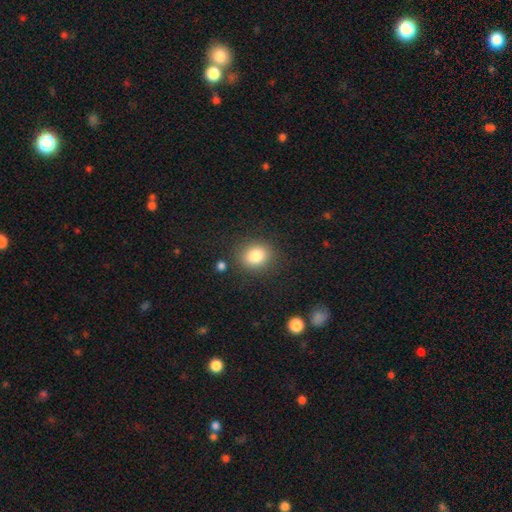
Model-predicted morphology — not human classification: Smooth or featured: smooth — 83% (star or artifact — 10%)
How rounded: round — 70% (in between — 29%)
Merging: none — 85% (minor disturbance — 9%)